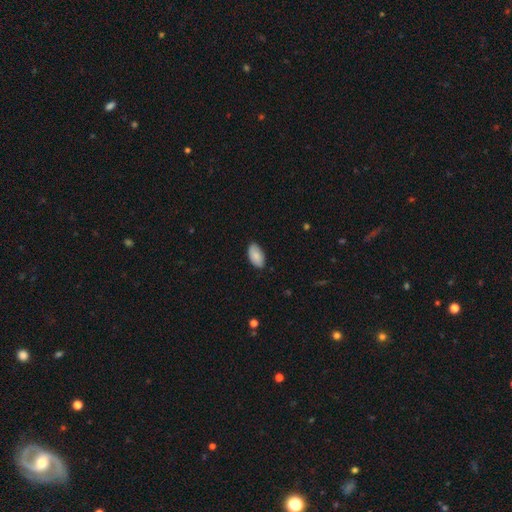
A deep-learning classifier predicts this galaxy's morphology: A smooth galaxy with no disk features (87%) that is in between round and cigar-shaped (95%).

Vote fractions:
- Smooth or featured? smooth: 87% / featured or disk: 7% / star or artifact: 6%
- How rounded? in between: 95% / round: 3% / cigar-shaped: 2%
- Merging? none: 85% / minor disturbance: 12% / major disturbance: 2% / merger: 1%